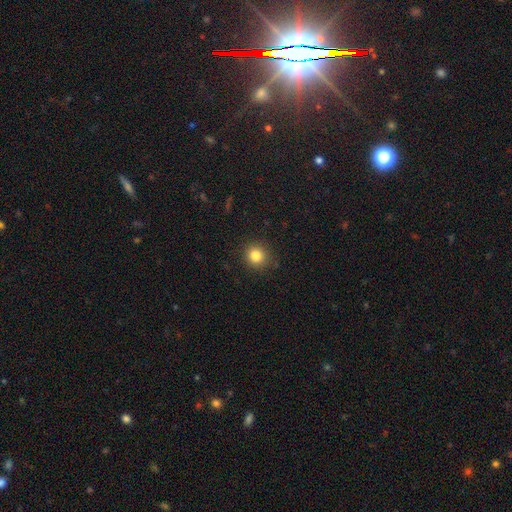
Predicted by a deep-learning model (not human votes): Morphology: type=smooth (83%); roundness=round (91%); merging=none (89%).